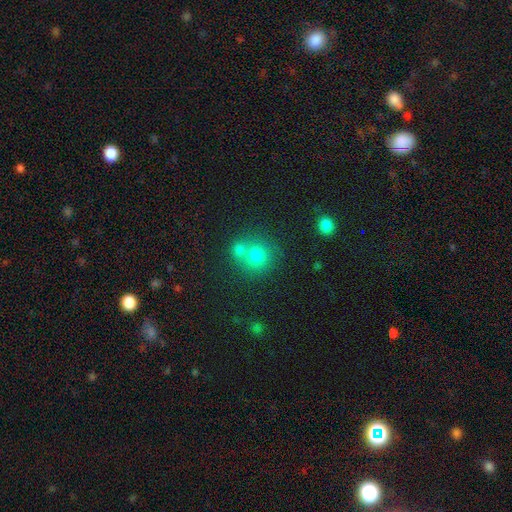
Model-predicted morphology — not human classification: smooth-or-featured: smooth: 76% | star or artifact: 14% | featured or disk: 10%
  how-rounded: round: 87% | in between: 12% | cigar-shaped: 1%
  merging: none: 49% | merger: 38% | minor disturbance: 8% | major disturbance: 4%